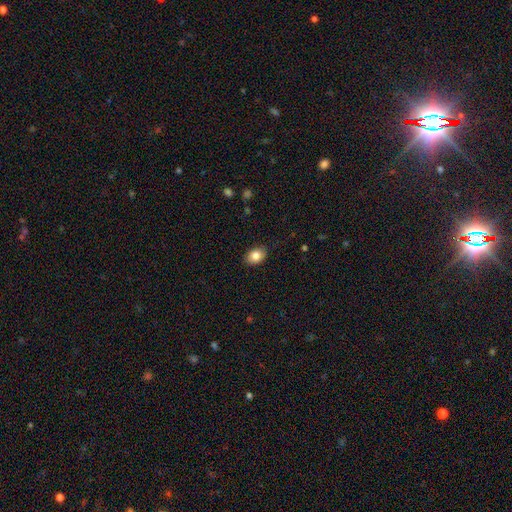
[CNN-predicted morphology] smooth_or_featured: smooth (p=0.84) [alt: star or artifact p=0.08]
how_rounded: in between (p=0.78) [alt: round p=0.21]
merging: none (p=0.87) [alt: minor disturbance p=0.10]